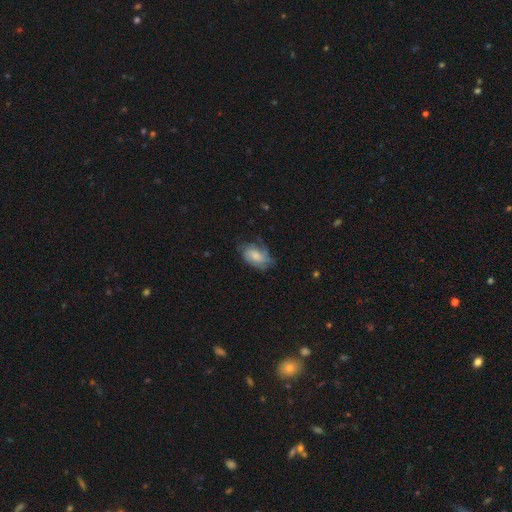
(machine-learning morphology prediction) smooth-or-featured: featured or disk: 52% | smooth: 40% | star or artifact: 8%
  disk-edge-on: no: 95% | yes: 5%
  merging: none: 60% | minor disturbance: 25% | major disturbance: 13% | merger: 1%